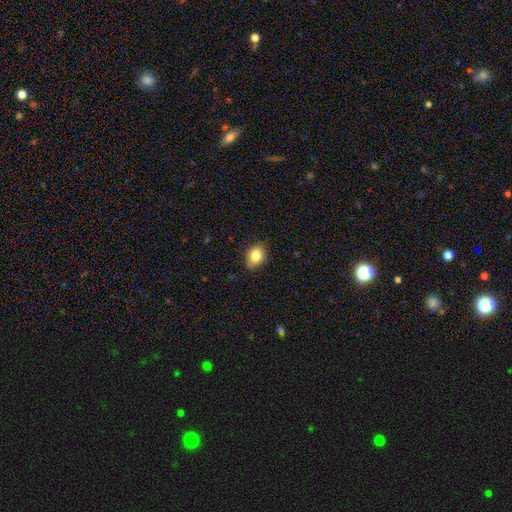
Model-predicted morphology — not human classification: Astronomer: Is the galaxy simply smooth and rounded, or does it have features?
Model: smooth — 81%.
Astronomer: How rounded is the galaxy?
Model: in between — 56% (runner-up: round, 43%).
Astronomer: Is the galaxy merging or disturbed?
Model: none — 75%.